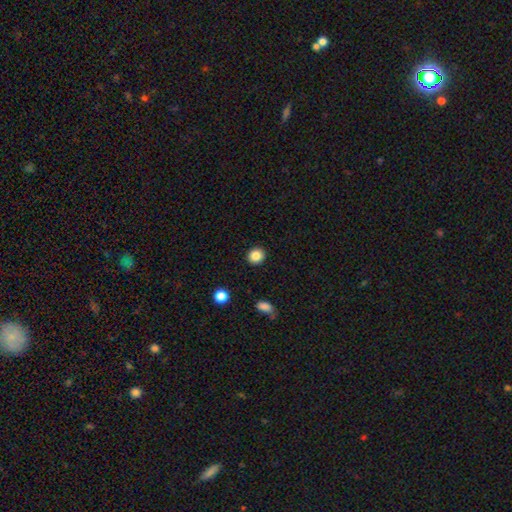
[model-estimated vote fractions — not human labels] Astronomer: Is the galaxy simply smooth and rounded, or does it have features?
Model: smooth — 86%.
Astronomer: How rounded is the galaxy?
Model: round — 85%.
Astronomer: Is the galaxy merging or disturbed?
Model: none — 91%.